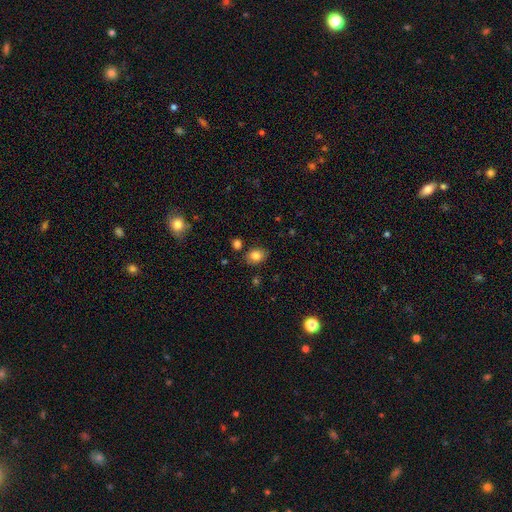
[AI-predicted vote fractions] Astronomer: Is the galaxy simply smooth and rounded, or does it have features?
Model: smooth — 83%.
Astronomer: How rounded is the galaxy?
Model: in between — 59% (runner-up: round, 40%).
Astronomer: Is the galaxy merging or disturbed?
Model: none — 81%.